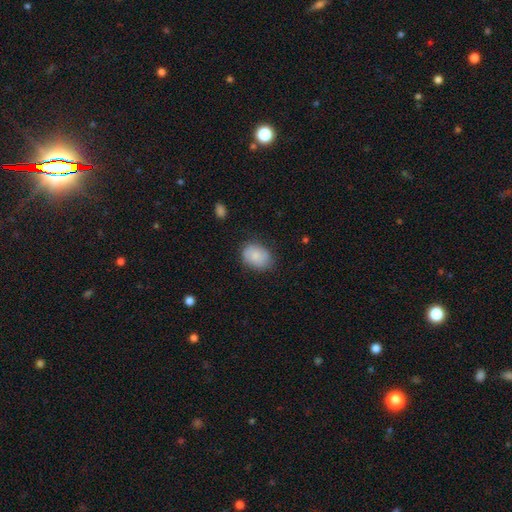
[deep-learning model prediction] smooth 79%, featured or disk 13%, star or artifact 7%. Down the decision tree: how rounded — in between (70%); merging — none (73%).